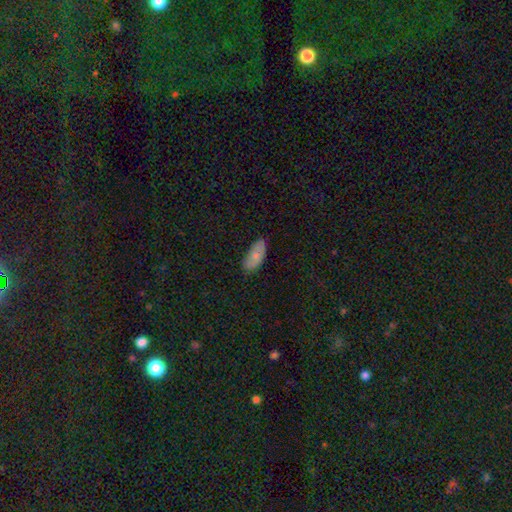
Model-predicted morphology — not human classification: smooth 73%, featured or disk 20%, star or artifact 7%. Down the decision tree: how rounded — in between (88%); merging — none (74%).